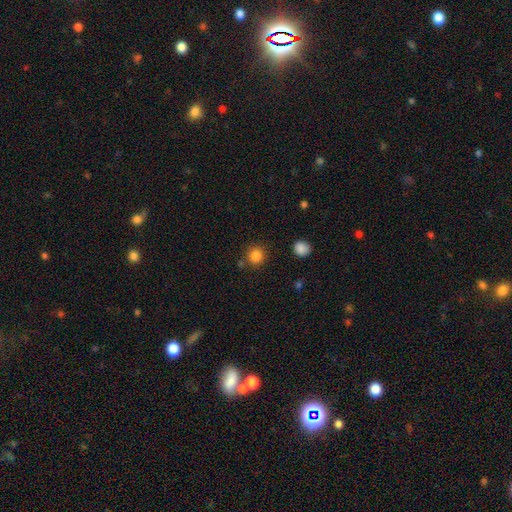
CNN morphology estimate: A smooth galaxy with no disk features (85%) that is round (89%). Merging: none (81%).